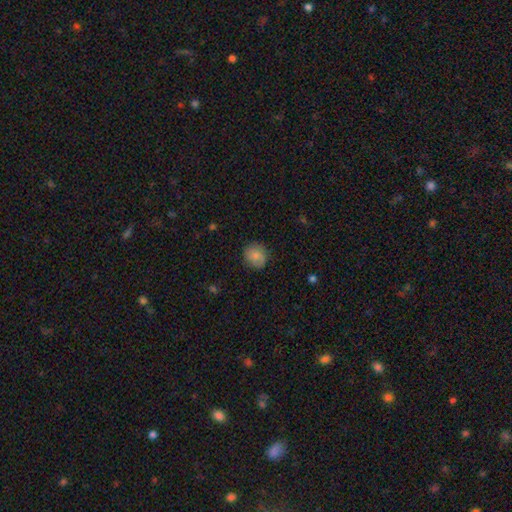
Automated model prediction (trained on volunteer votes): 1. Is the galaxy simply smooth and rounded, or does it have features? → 80% smooth, 13% featured or disk, 8% star or artifact.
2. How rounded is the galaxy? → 76% round, 23% in between, 1% cigar-shaped.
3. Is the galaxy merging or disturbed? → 79% none, 16% minor disturbance, 4% major disturbance, 1% merger.